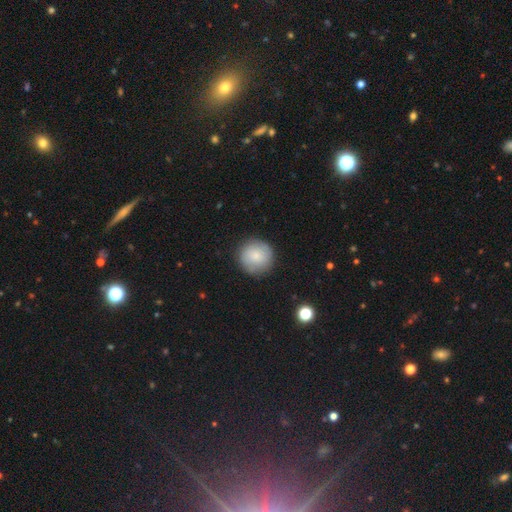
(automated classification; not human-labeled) This is clearly a smooth galaxy (80%). How rounded: clearly round (94%). Merging: clearly none (88%).